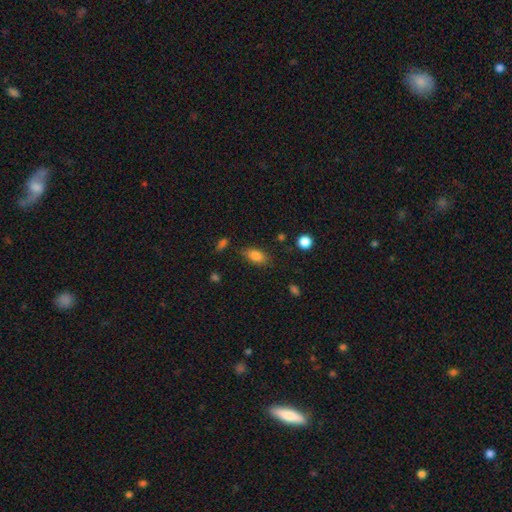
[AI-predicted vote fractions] Smooth or featured: smooth — 82% (featured or disk — 9%)
How rounded: in between — 87% (cigar-shaped — 7%)
Merging: none — 77% (minor disturbance — 16%)